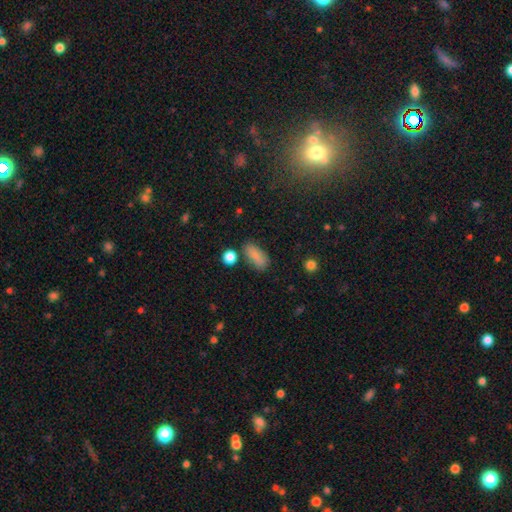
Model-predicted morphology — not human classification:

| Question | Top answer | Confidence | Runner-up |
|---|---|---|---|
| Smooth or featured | smooth | 81% | featured or disk (11%) |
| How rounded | in between | 85% | cigar-shaped (10%) |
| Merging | none | 72% | minor disturbance (17%) |